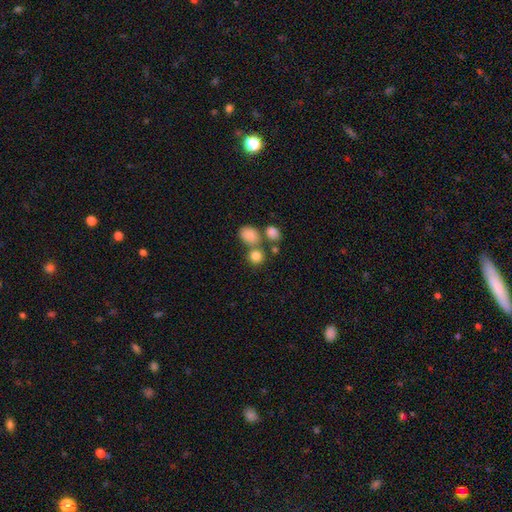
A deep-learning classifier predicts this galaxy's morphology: A smooth galaxy with no disk features (81%) that is round (78%).

Vote fractions:
- Smooth or featured? smooth: 81% / star or artifact: 11% / featured or disk: 8%
- How rounded? round: 78% / in between: 21% / cigar-shaped: 1%
- Merging? none: 57% / merger: 30% / minor disturbance: 9% / major disturbance: 4%